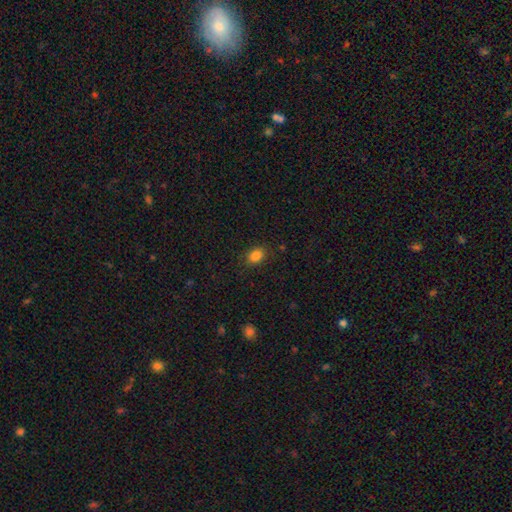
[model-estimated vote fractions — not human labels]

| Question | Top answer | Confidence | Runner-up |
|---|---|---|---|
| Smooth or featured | smooth | 85% | star or artifact (11%) |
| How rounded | in between | 75% | round (24%) |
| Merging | none | 85% | minor disturbance (11%) |